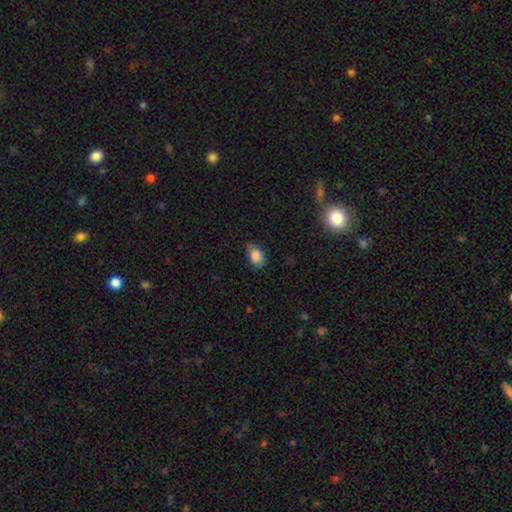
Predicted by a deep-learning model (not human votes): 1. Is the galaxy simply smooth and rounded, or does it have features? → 85% smooth, 8% star or artifact, 7% featured or disk.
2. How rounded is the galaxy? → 87% in between, 11% round, 2% cigar-shaped.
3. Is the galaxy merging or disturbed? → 74% none, 21% minor disturbance, 4% major disturbance, 1% merger.